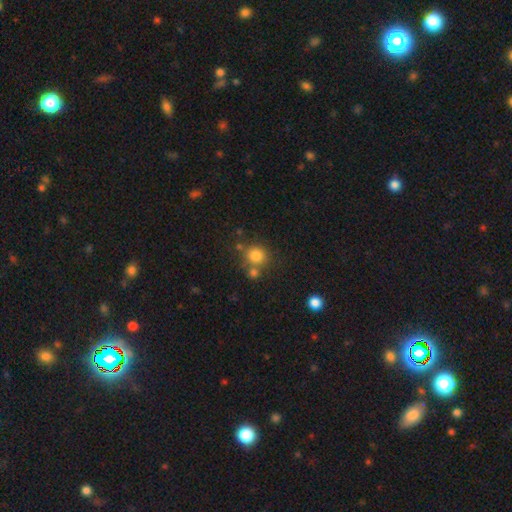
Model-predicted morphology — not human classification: This appears to be a smooth galaxy with no disk features (80%) that is round (88%). Merging: none (65%).